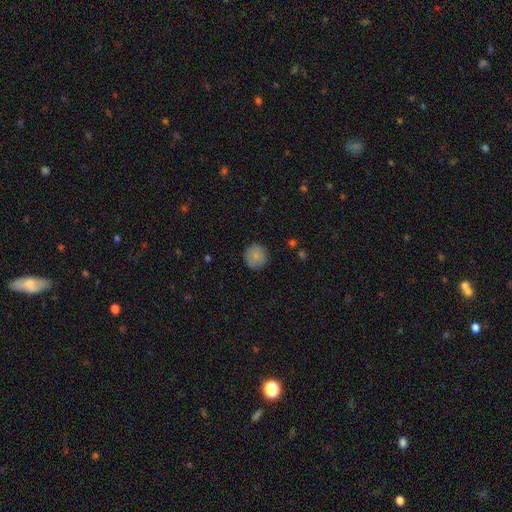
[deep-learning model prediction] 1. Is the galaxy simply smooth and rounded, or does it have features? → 79% smooth, 11% featured or disk, 9% star or artifact.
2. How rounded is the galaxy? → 94% round, 5% in between, 1% cigar-shaped.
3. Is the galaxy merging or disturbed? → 86% none, 11% minor disturbance, 2% major disturbance, 1% merger.